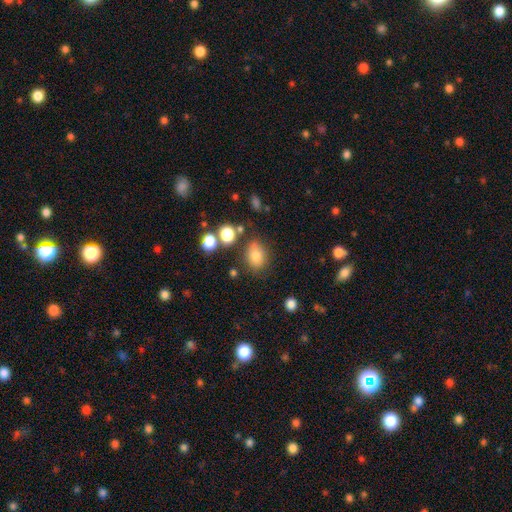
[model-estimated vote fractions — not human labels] smooth-or-featured: smooth: 77% | star or artifact: 13% | featured or disk: 10%
  how-rounded: in between: 60% | round: 38% | cigar-shaped: 1%
  merging: none: 71% | minor disturbance: 17% | merger: 7% | major disturbance: 6%